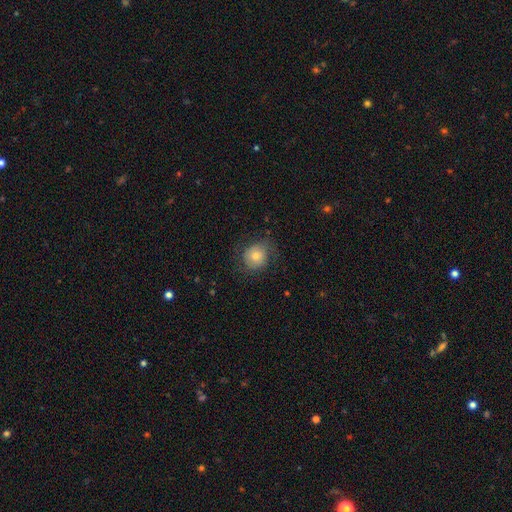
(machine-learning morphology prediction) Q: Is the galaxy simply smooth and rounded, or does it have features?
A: smooth — 62%.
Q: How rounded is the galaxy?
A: round — 81%.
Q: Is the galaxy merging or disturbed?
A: none — 71%.